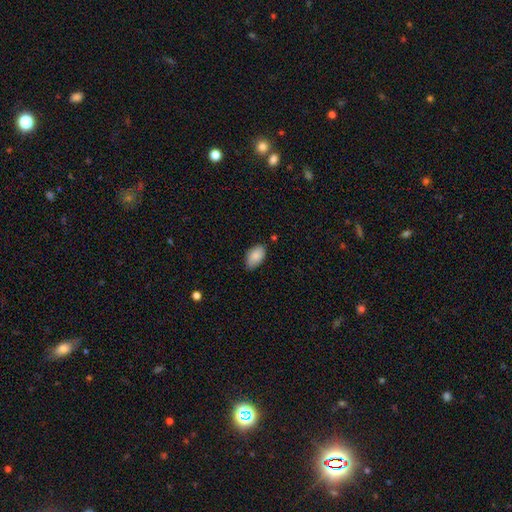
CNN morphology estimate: Smooth or featured? Predicted: smooth (p=0.87). How rounded? Predicted: in between (p=0.94). Merging? Predicted: none (p=0.75).